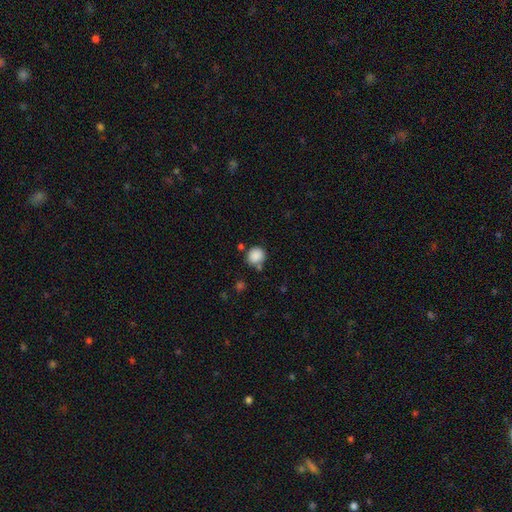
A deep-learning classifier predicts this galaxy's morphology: Smooth or featured? smooth (87%)
How rounded? round (84%)
Merging? none (71%)